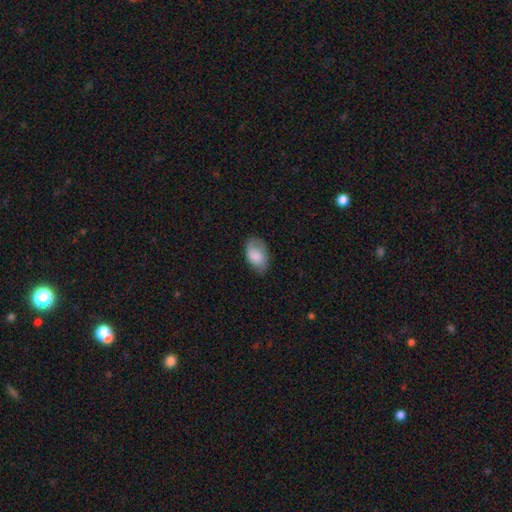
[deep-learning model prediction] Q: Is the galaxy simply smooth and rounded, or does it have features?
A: smooth — 82%.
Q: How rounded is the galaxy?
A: in between — 93%.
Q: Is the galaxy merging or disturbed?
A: none — 67%.